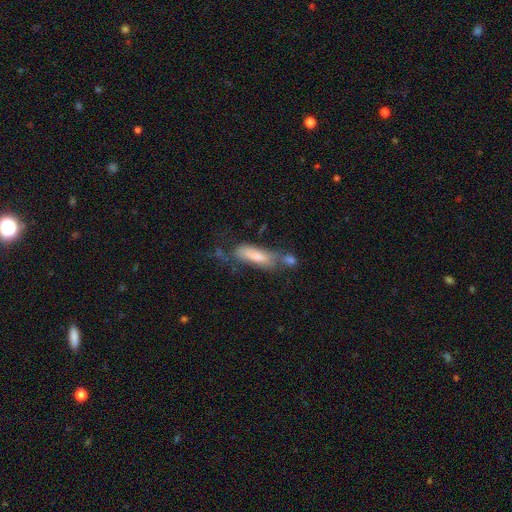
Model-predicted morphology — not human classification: A smooth galaxy with no disk features (70%) that is in between round and cigar-shaped (50%).

Vote fractions:
- Smooth or featured? smooth: 70% / featured or disk: 22% / star or artifact: 8%
- How rounded? in between: 50% / cigar-shaped: 48% / round: 2%
- Merging? none: 35% / merger: 25% / minor disturbance: 23% / major disturbance: 17%